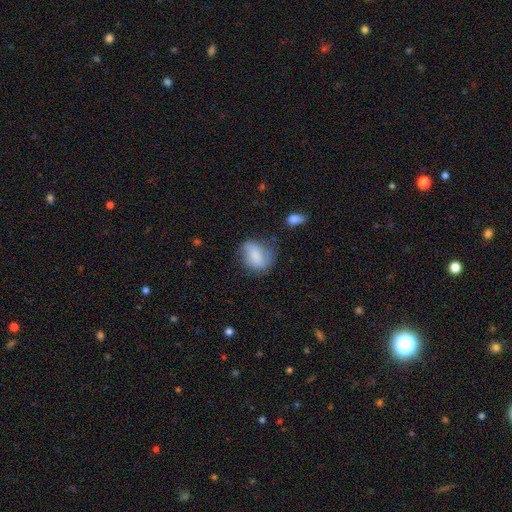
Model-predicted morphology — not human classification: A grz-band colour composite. It shows a smooth galaxy with no disk features (69%) that is in between round and cigar-shaped (65%). Merging: none (57%).